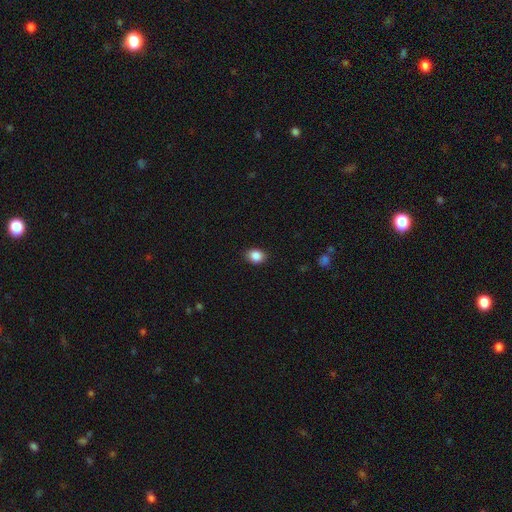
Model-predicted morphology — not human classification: The model was most divided on "how rounded": in between: 58%, round: 41%, cigar-shaped: 1%. More confident: merging — none (87%); smooth or featured — smooth (87%).